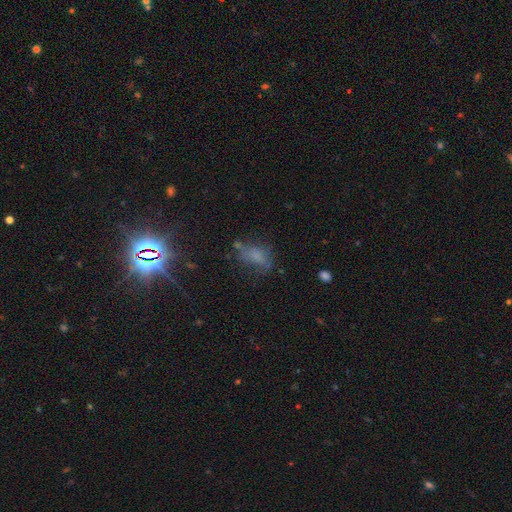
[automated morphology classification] This appears to be a smooth galaxy with no disk features (51%) that is in between round and cigar-shaped (81%). Merging: none (42%).